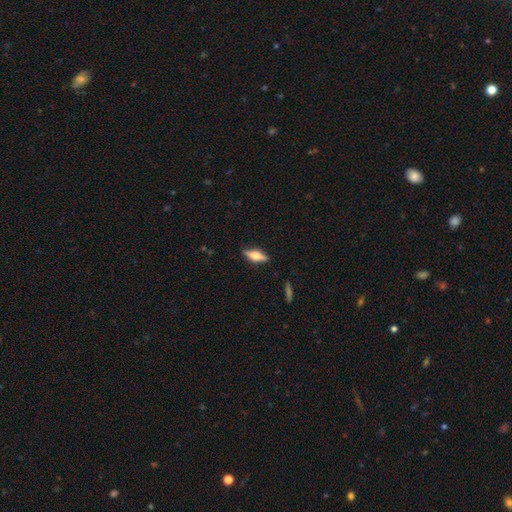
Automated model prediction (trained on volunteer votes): Smooth or featured?
  - featured or disk: 51% *
  - smooth: 42%
  - star or artifact: 7%
Edge-on disk?
  - yes: 94% *
  - no: 6%
Merging?
  - none: 85% *
  - minor disturbance: 11%
  - major disturbance: 2%
  - merger: 1%